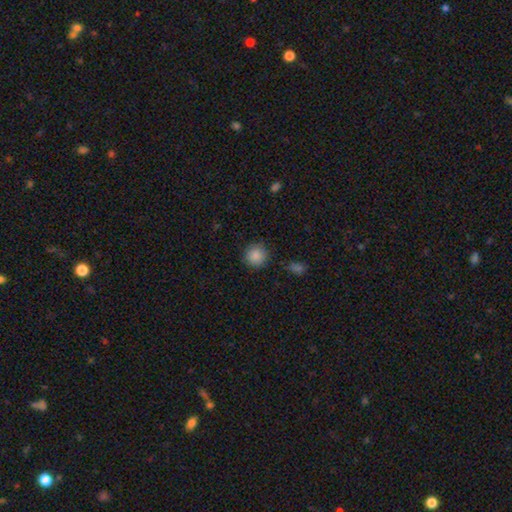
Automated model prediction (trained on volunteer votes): smooth_or_featured: smooth (p=0.88) [alt: star or artifact p=0.09]
how_rounded: round (p=0.93) [alt: in between p=0.06]
merging: none (p=0.89) [alt: minor disturbance p=0.07]